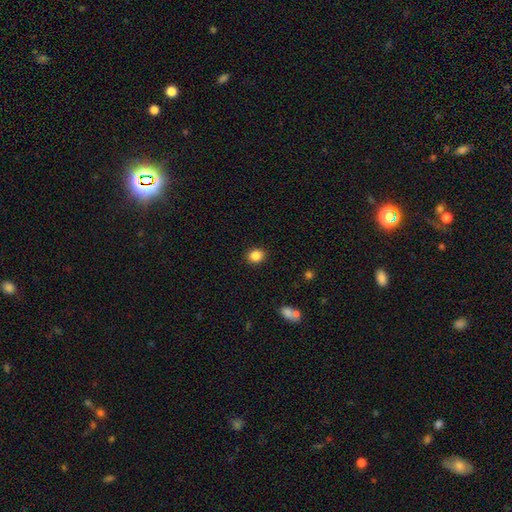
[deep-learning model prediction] Morphology: type=smooth (86%); roundness=round (66%); merging=none (90%).